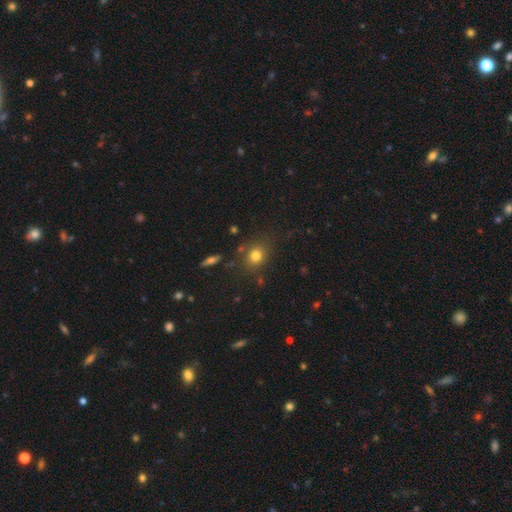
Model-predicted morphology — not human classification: smooth-or-featured: smooth: 78% | star or artifact: 13% | featured or disk: 9%
  how-rounded: round: 63% | in between: 35% | cigar-shaped: 1%
  merging: none: 77% | minor disturbance: 14% | merger: 5% | major disturbance: 5%